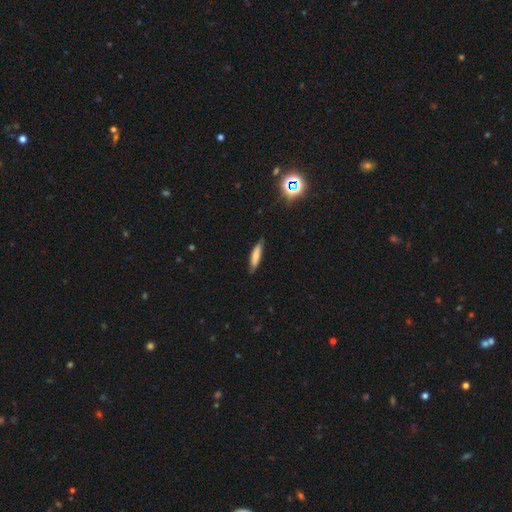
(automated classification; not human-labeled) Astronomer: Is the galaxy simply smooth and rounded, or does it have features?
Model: smooth — 67%.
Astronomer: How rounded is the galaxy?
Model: cigar-shaped — 77%.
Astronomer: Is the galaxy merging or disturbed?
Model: none — 81%.